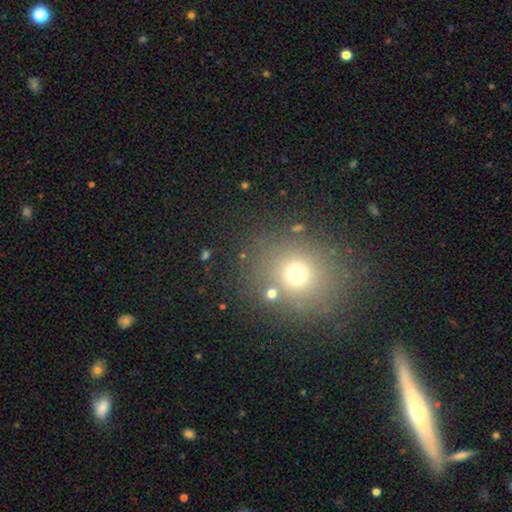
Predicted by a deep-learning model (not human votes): A smooth galaxy with no disk features (57%) that is round (77%).

Vote fractions:
- Smooth or featured? smooth: 57% / star or artifact: 29% / featured or disk: 14%
- How rounded? round: 77% / in between: 21% / cigar-shaped: 2%
- Merging? none: 81% / minor disturbance: 9% / merger: 7% / major disturbance: 4%